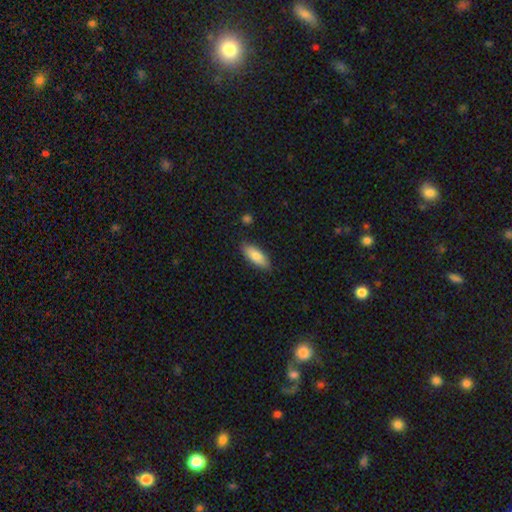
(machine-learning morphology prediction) This appears to be a smooth galaxy with no disk features (81%) that is in between round and cigar-shaped (77%). Merging: none (83%).